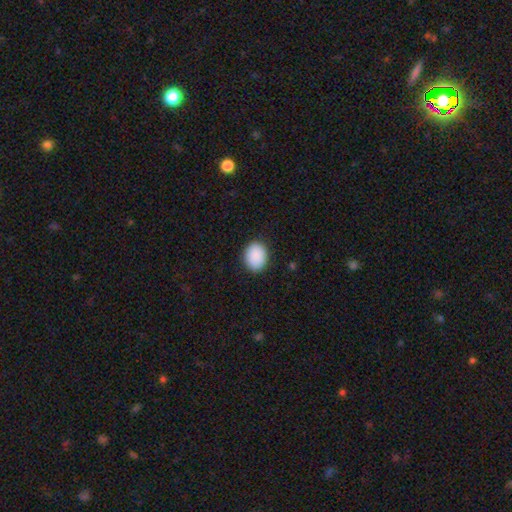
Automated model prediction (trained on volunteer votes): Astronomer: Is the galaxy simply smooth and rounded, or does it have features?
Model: smooth — 90%.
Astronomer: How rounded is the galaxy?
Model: in between — 54% (runner-up: round, 45%).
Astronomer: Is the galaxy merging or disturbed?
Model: none — 87%.